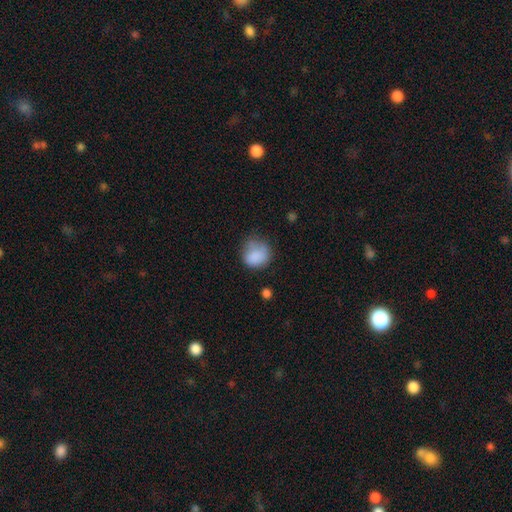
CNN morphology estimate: smooth_or_featured: smooth (p=0.84) [alt: star or artifact p=0.09]
how_rounded: round (p=0.75) [alt: in between p=0.24]
merging: none (p=0.53) [alt: minor disturbance p=0.31]